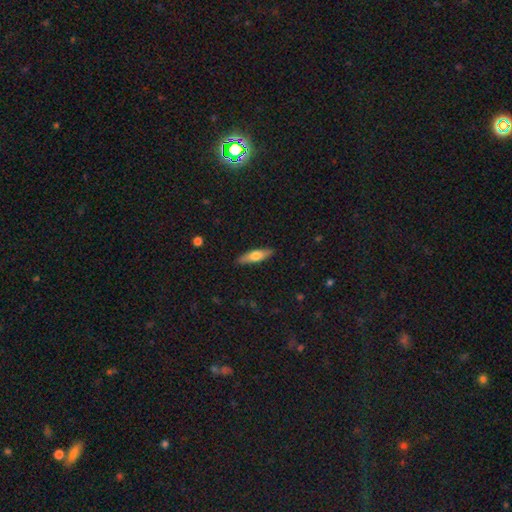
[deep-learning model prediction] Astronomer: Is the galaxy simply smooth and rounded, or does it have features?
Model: smooth — 63%.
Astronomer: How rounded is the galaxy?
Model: cigar-shaped — 63%.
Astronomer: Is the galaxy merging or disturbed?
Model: none — 88%.